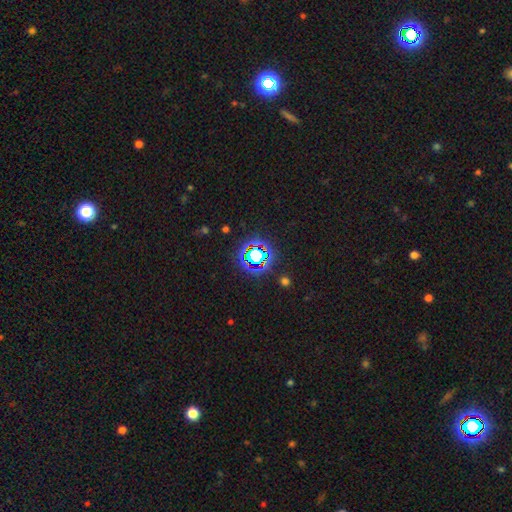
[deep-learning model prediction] A star or artifact, not a galaxy (65%).